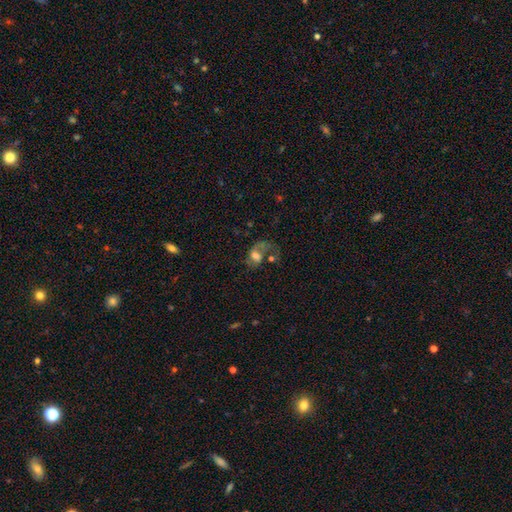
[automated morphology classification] featured or disk 48%, smooth 40%, star or artifact 12%. Down the decision tree: merging — major disturbance (37%).